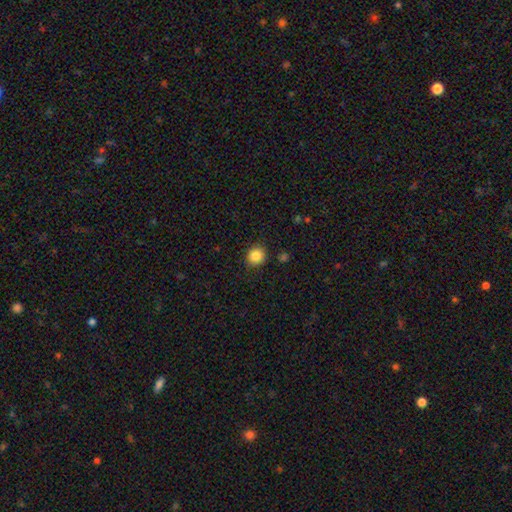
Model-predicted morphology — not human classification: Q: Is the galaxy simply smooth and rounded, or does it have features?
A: smooth — 86%.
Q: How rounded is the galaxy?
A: round — 89%.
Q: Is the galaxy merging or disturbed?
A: none — 88%.